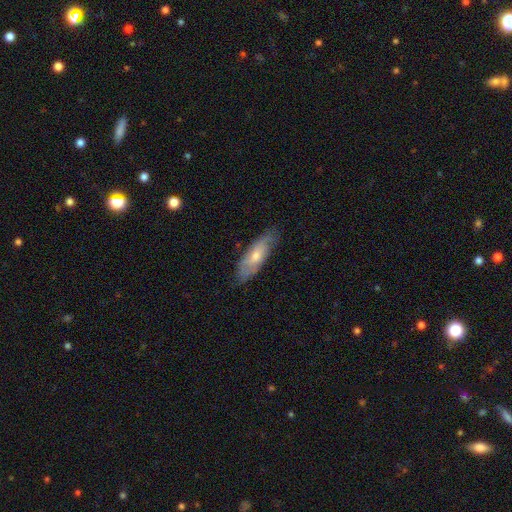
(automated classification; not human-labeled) Smooth or featured: featured or disk — 50% (smooth — 44%)
Merging: none — 76% (minor disturbance — 19%)